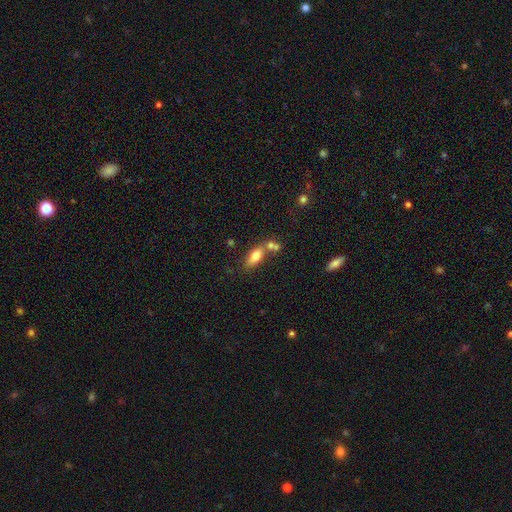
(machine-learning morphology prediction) This appears to be a smooth galaxy with no disk features (73%) that is in between round and cigar-shaped (79%). Merging: none (48%).